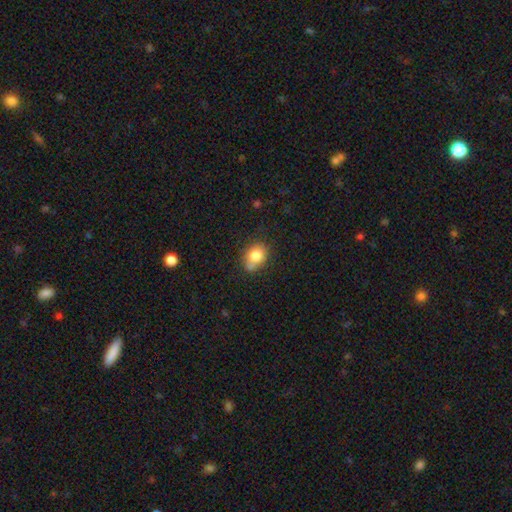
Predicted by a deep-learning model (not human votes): The model was most divided on "how rounded": in between: 56%, round: 43%, cigar-shaped: 1%. More confident: smooth or featured — smooth (81%); merging — none (61%).